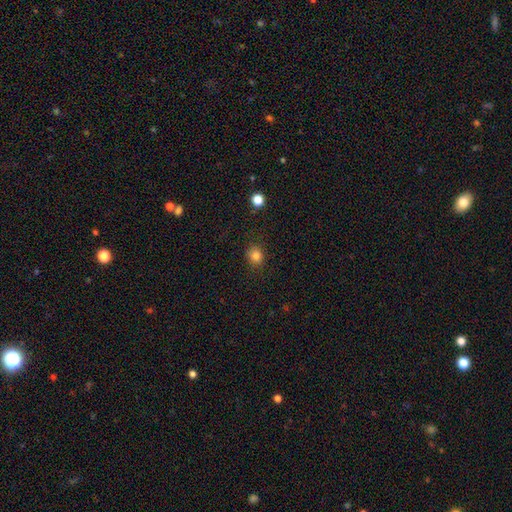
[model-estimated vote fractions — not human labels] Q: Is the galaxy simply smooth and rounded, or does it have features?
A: smooth — 83%.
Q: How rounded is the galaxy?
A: round — 75%.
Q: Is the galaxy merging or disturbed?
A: none — 86%.